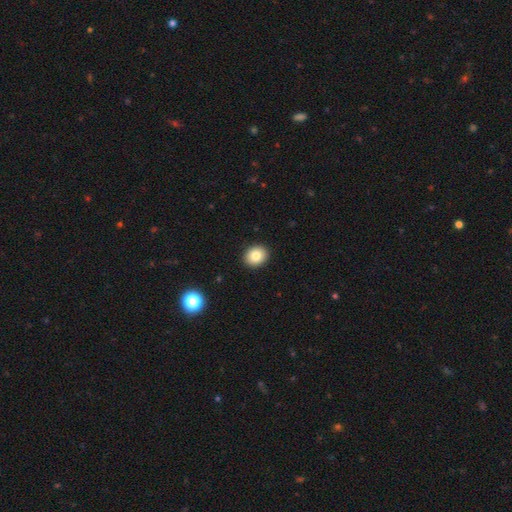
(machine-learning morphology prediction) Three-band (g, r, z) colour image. It shows a smooth galaxy with no disk features (83%) that is round (66%). Merging: none (92%).